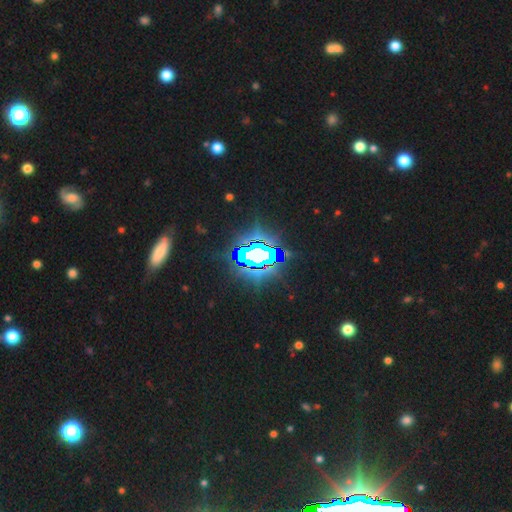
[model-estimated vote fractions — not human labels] star or artifact 74%, featured or disk 15%, smooth 12%.